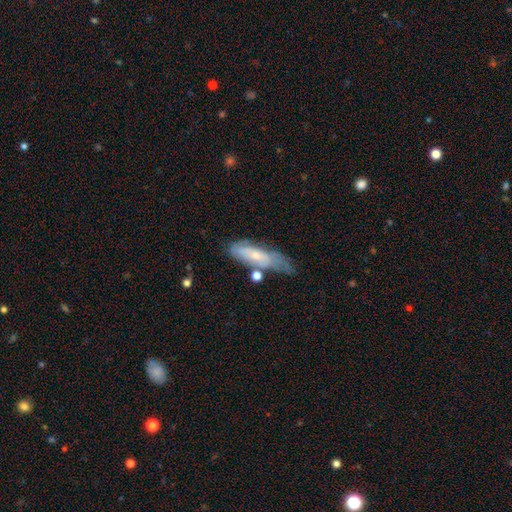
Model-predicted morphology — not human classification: Q: Smooth or featured?
A: featured or disk (47%); runner-up: smooth (45%)
Q: Merging?
A: none (43%); runner-up: minor disturbance (31%)